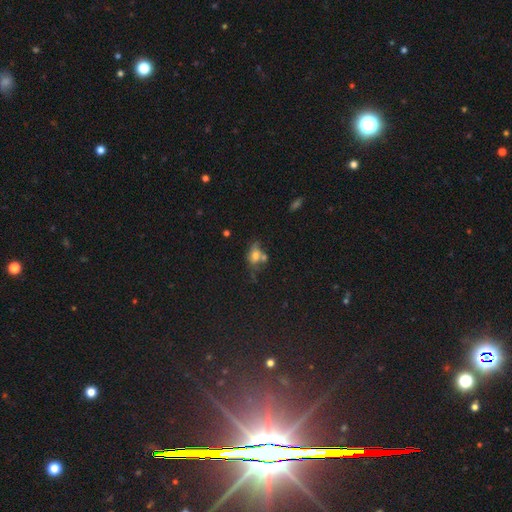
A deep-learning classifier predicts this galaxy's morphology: smooth_or_featured: smooth (p=0.54) [alt: featured or disk p=0.28]
how_rounded: in between (p=0.68) [alt: round p=0.27]
merging: none (p=0.35) [alt: merger p=0.30]